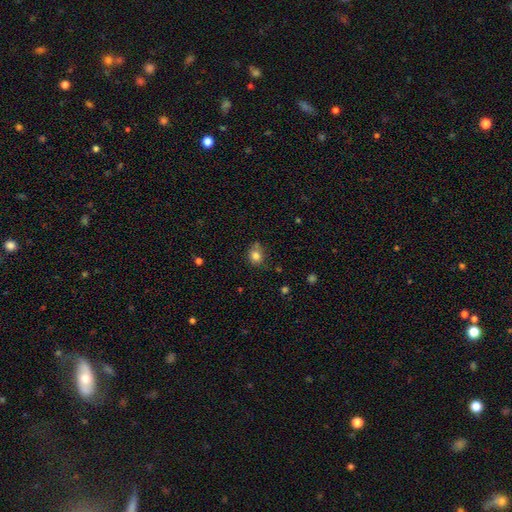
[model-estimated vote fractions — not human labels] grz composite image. It shows a smooth galaxy with no disk features (81%) that is round (70%). Merging: none (62%).